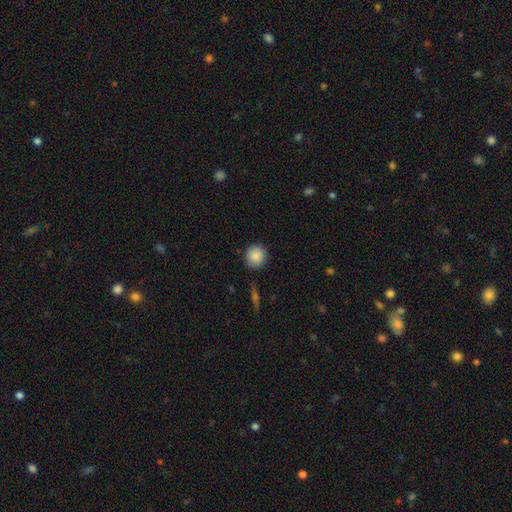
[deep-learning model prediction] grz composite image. It shows a smooth galaxy with no disk features (88%) that is round (92%). Merging: none (88%).